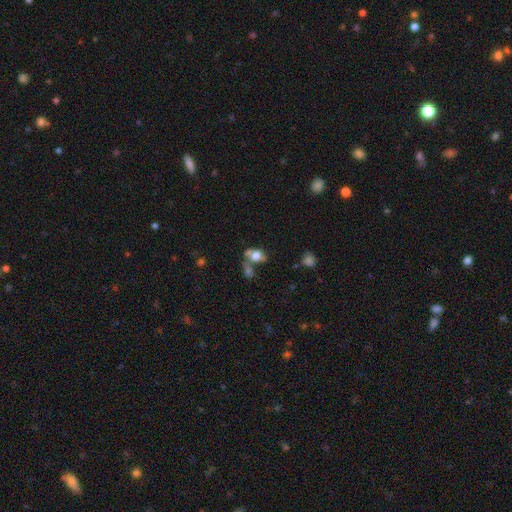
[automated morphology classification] Smooth or featured? smooth (67%)
How rounded? in between (59%)
Merging? merger (43%)